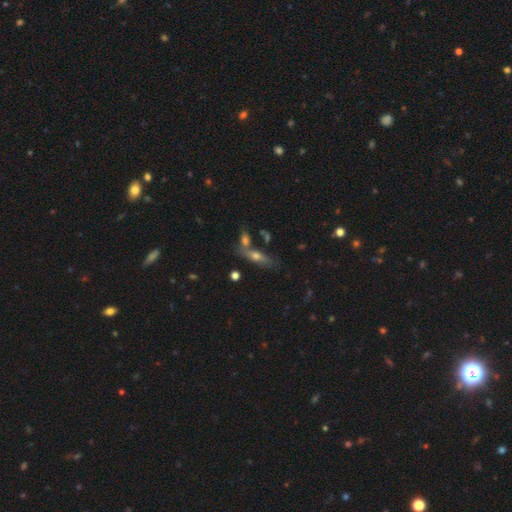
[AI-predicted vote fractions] Q: Smooth or featured?
A: smooth (49%); runner-up: featured or disk (40%)
Q: Merging?
A: none (59%); runner-up: merger (23%)